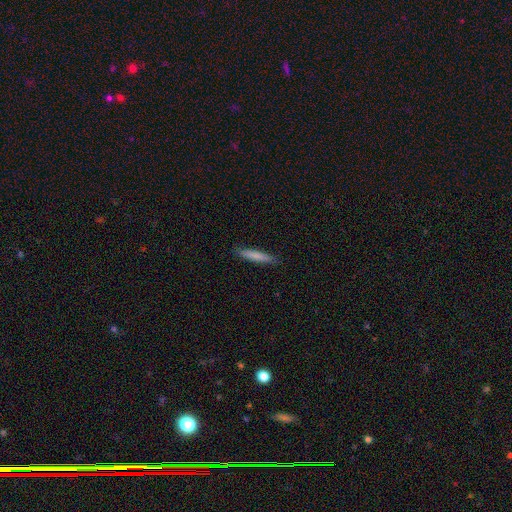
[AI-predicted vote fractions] smooth_or_featured: smooth (p=0.78) [alt: featured or disk p=0.17]
how_rounded: cigar-shaped (p=0.93) [alt: in between p=0.06]
merging: none (p=0.90) [alt: minor disturbance p=0.08]